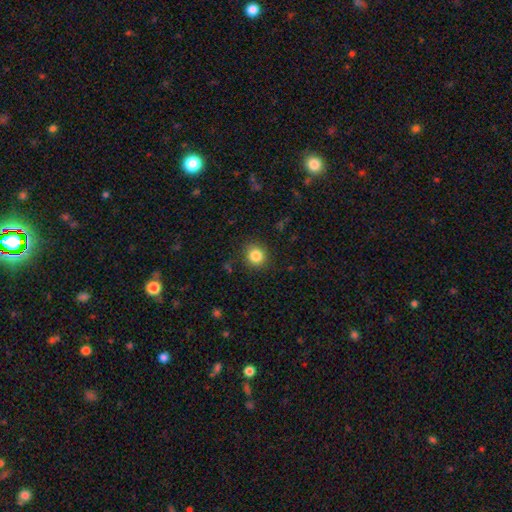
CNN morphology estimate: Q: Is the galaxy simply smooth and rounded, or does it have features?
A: smooth — 84%.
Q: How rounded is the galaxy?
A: round — 88%.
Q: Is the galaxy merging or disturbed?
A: none — 88%.